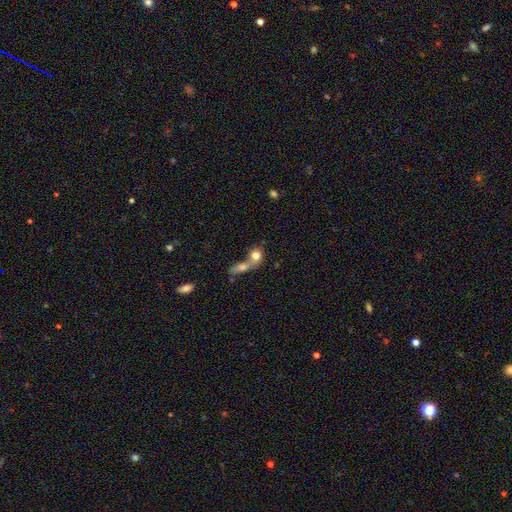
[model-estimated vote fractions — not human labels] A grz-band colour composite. It shows a smooth galaxy with no disk features (76%) that is round (61%). Merging: merger (69%).